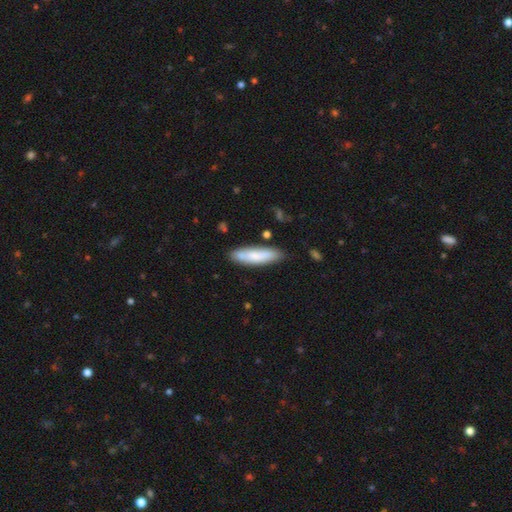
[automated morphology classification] A smooth galaxy with no disk features (76%) that is cigar-shaped (65%). Merging: none (79%).